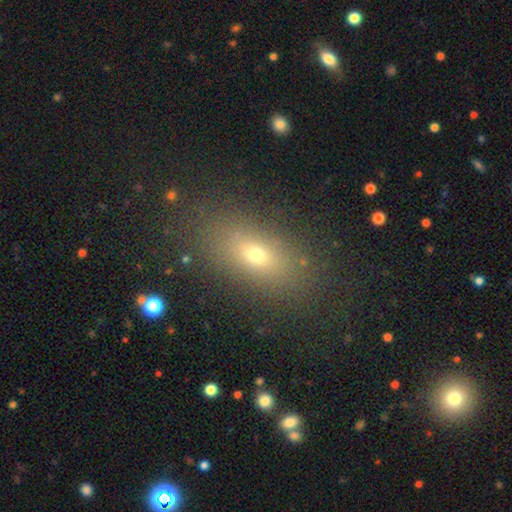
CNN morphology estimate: Smooth or featured? smooth (65%)
How rounded? in between (75%)
Merging? none (82%)